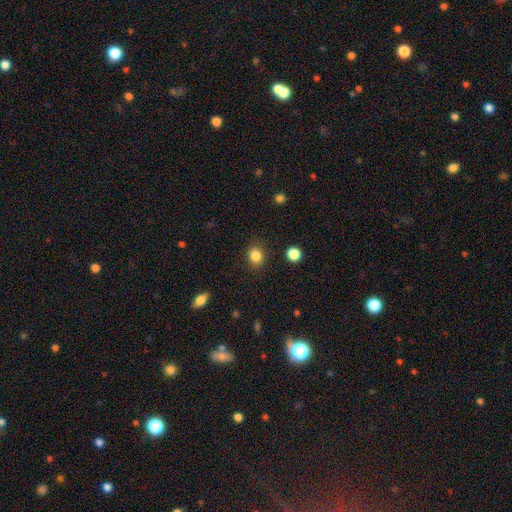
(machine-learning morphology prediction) Overall: smooth (85%). How rounded: round (62%; in between 37%). Merging: none (86%).